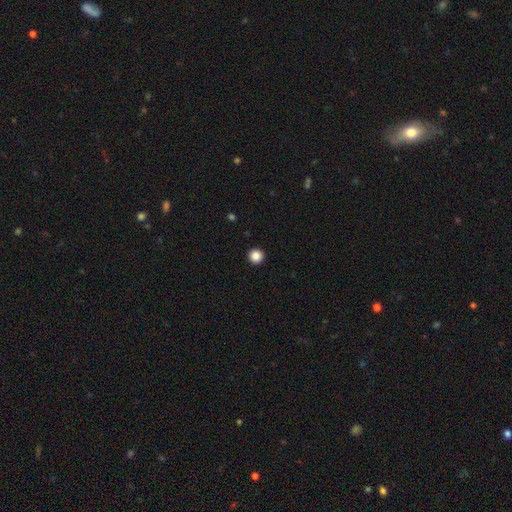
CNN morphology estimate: Q: Smooth or featured?
A: smooth (87%); runner-up: star or artifact (10%)
Q: How rounded?
A: round (96%); runner-up: in between (3%)
Q: Merging?
A: none (94%); runner-up: minor disturbance (3%)